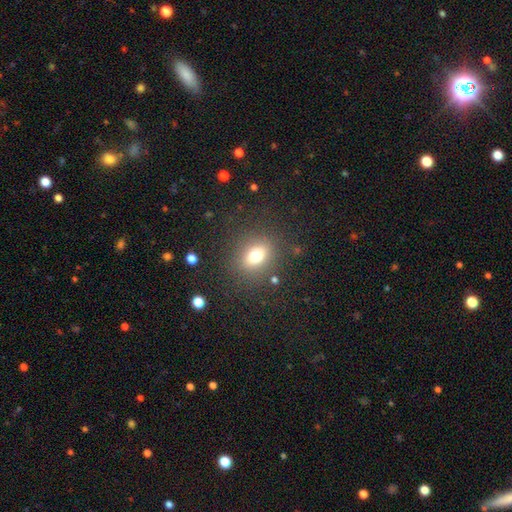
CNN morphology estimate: Smooth or featured? smooth (73%)
How rounded? in between (56%)
Merging? none (83%)